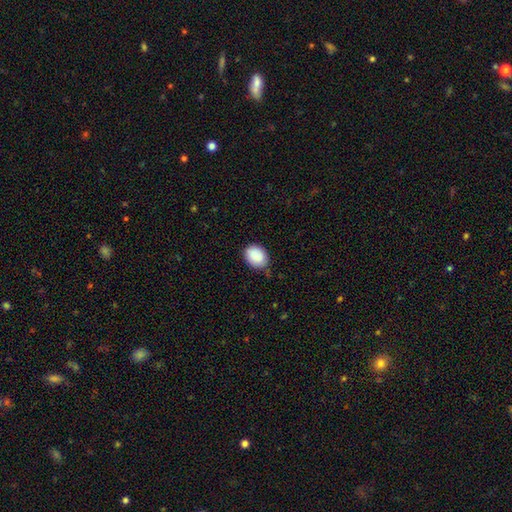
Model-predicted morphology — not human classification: This is clearly a smooth galaxy (89%). How rounded: likely in between (64%). Merging: likely none (73%).